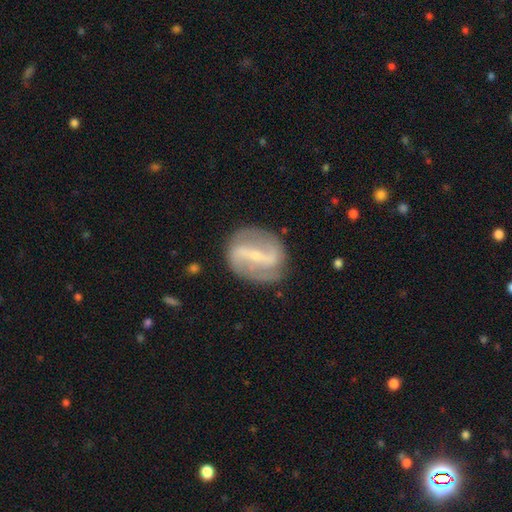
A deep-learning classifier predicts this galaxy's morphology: Smooth or featured? Predicted: featured or disk (p=0.82). Edge-on disk? Predicted: no (p=0.95). Bar? Predicted: strong (p=0.68). Spiral arms? Predicted: yes (p=0.84). Spiral winding? Predicted: loose (p=0.39). Spiral arm count? Predicted: 2 (p=0.86). Bulge size? Predicted: small (p=0.69). Merging? Predicted: none (p=0.79).